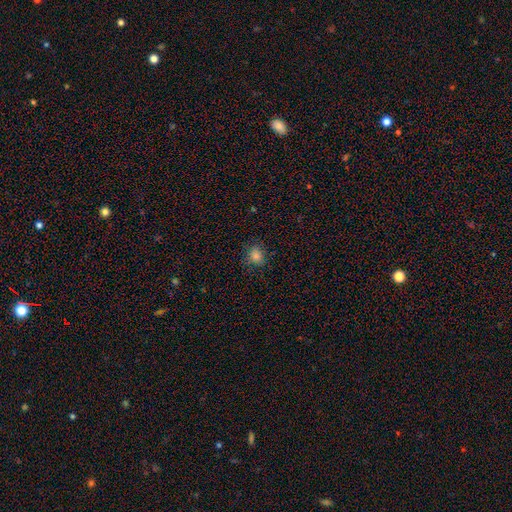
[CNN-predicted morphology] This is clearly a smooth galaxy (80%). How rounded: possibly round (58%). Merging: clearly none (83%).